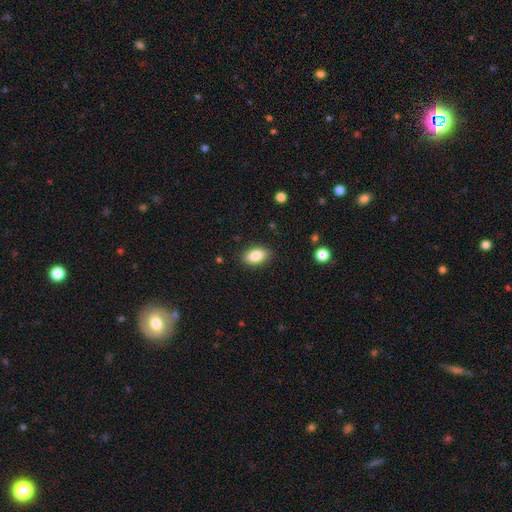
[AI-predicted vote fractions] smooth_or_featured: smooth (p=0.84) [alt: featured or disk p=0.08]
how_rounded: in between (p=0.90) [alt: round p=0.07]
merging: none (p=0.87) [alt: minor disturbance p=0.09]